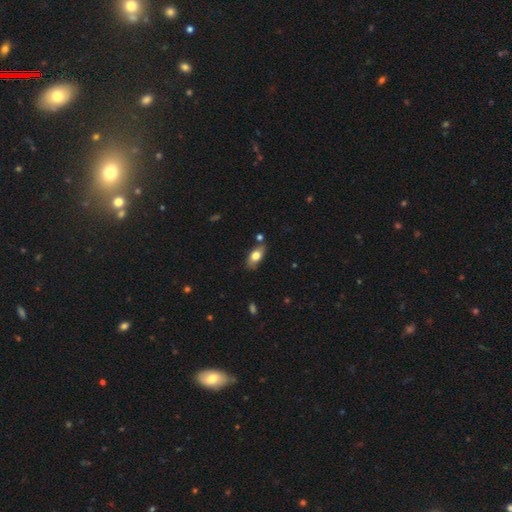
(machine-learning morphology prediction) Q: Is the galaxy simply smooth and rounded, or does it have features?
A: smooth — 71%.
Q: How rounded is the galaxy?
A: in between — 87%.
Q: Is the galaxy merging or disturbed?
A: none — 71%.